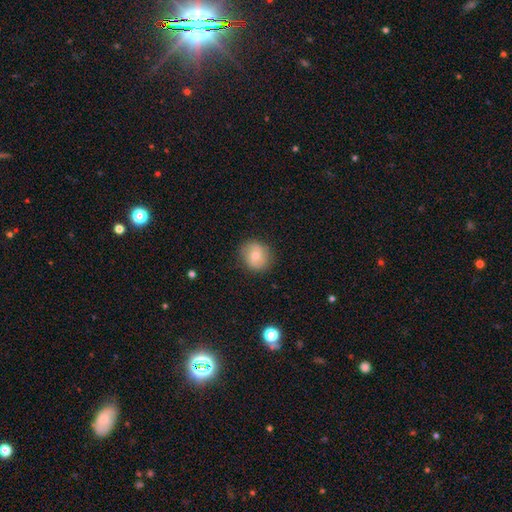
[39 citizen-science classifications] Smooth or featured? smooth (74%)
How rounded? round (90%)
Merging? none (89%)